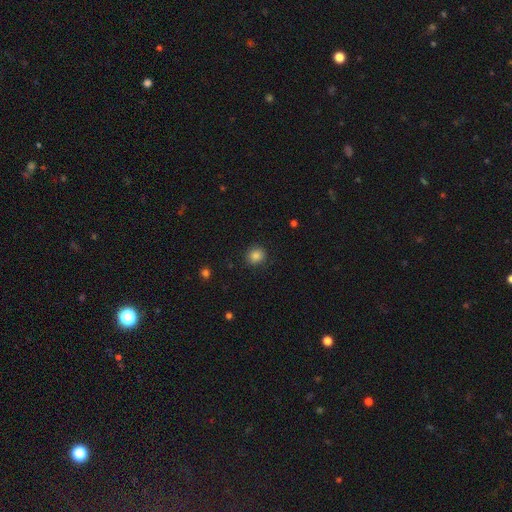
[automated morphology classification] Smooth or featured?
  - smooth: 85% *
  - star or artifact: 11%
  - featured or disk: 4%
How rounded?
  - round: 82% *
  - in between: 17%
  - cigar-shaped: 1%
Merging?
  - none: 88% *
  - minor disturbance: 8%
  - major disturbance: 3%
  - merger: 1%